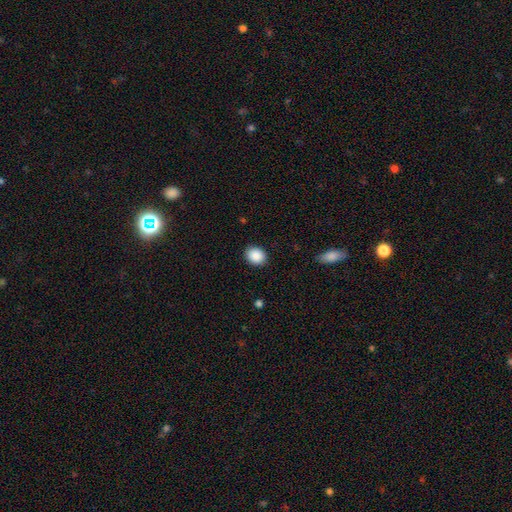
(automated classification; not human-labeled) Q: Smooth or featured?
A: smooth (89%); runner-up: star or artifact (8%)
Q: How rounded?
A: round (53%); runner-up: in between (46%)
Q: Merging?
A: none (89%); runner-up: minor disturbance (8%)